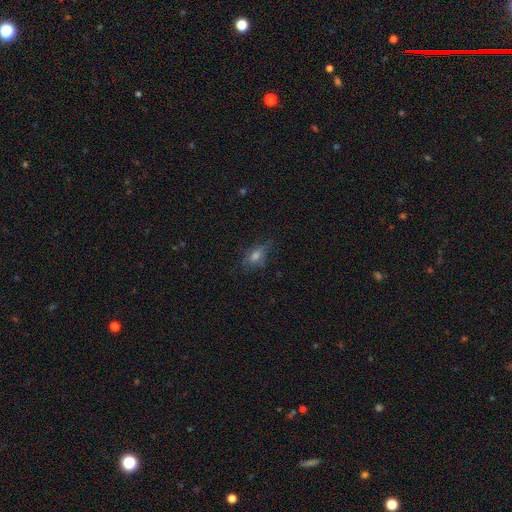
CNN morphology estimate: smooth 56%, featured or disk 23%, star or artifact 21%. Down the decision tree: how rounded — in between (72%); merging — none (69%).